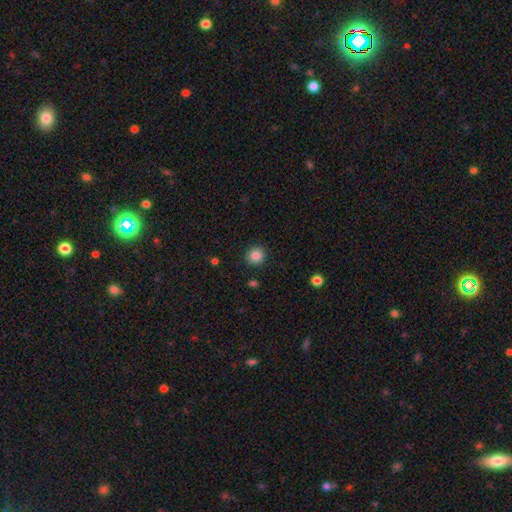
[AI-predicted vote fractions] Smooth or featured?
  - smooth: 85% *
  - star or artifact: 11%
  - featured or disk: 4%
How rounded?
  - round: 90% *
  - in between: 9%
  - cigar-shaped: 1%
Merging?
  - none: 90% *
  - minor disturbance: 6%
  - major disturbance: 2%
  - merger: 1%